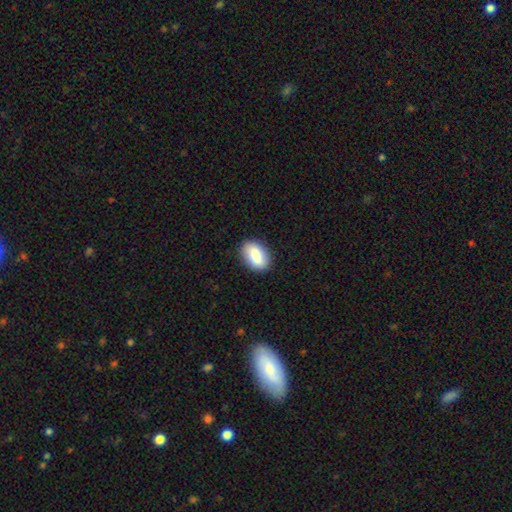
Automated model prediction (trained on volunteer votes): Smooth or featured? smooth (83%)
How rounded? in between (88%)
Merging? none (87%)